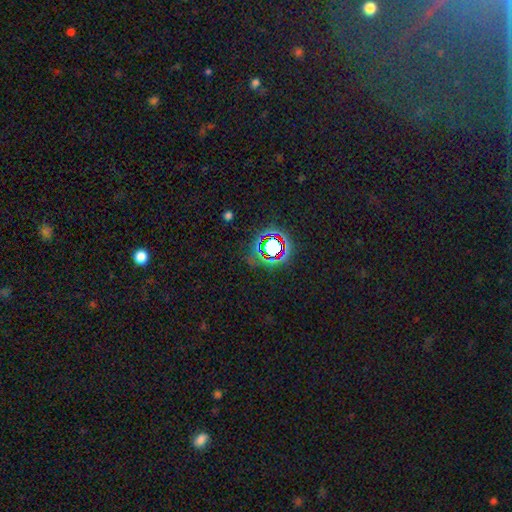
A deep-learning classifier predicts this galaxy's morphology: Smooth or featured?
  - star or artifact: 78% *
  - smooth: 14%
  - featured or disk: 8%